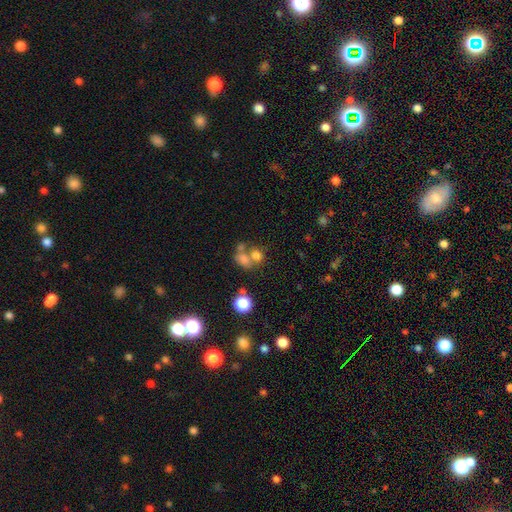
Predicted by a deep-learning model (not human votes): Overall: smooth (69%). How rounded: round (51%; in between 48%). Merging: merger (48%; none 36%).